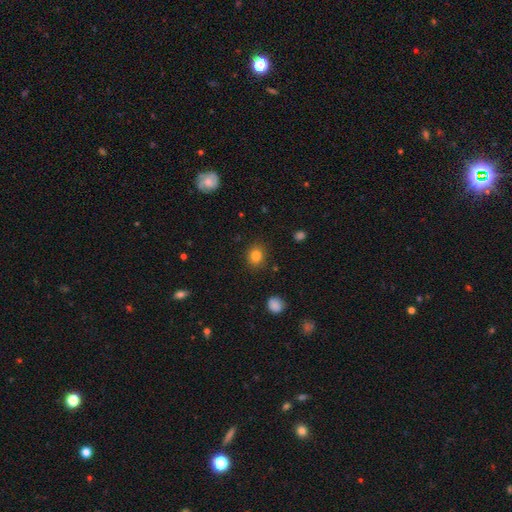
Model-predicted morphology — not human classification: A smooth galaxy with no disk features (83%) that is round (72%).

Vote fractions:
- Smooth or featured? smooth: 83% / star or artifact: 11% / featured or disk: 6%
- How rounded? round: 72% / in between: 28% / cigar-shaped: 1%
- Merging? none: 86% / minor disturbance: 9% / major disturbance: 3% / merger: 1%